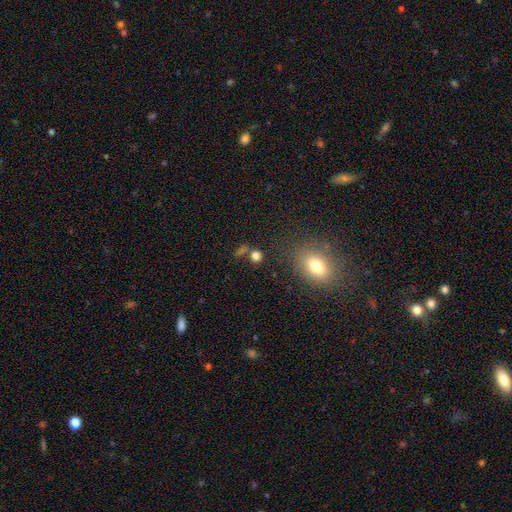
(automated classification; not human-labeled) Overall: smooth (78%). How rounded: round (75%). Merging: none (66%).